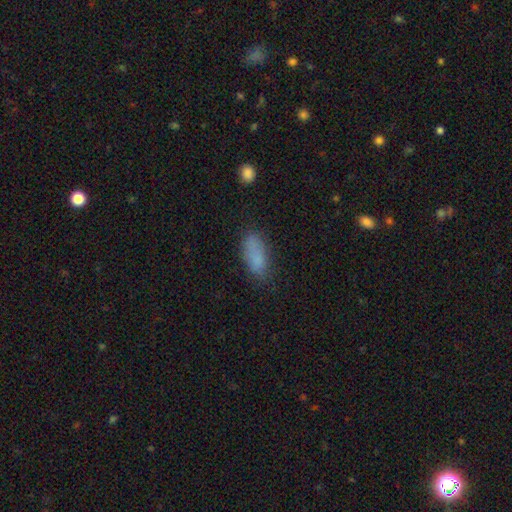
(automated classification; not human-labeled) A smooth galaxy with no disk features (81%) that is in between round and cigar-shaped (81%).

Vote fractions:
- Smooth or featured? smooth: 81% / star or artifact: 10% / featured or disk: 9%
- How rounded? in between: 81% / cigar-shaped: 15% / round: 3%
- Merging? none: 65% / minor disturbance: 24% / major disturbance: 9% / merger: 3%